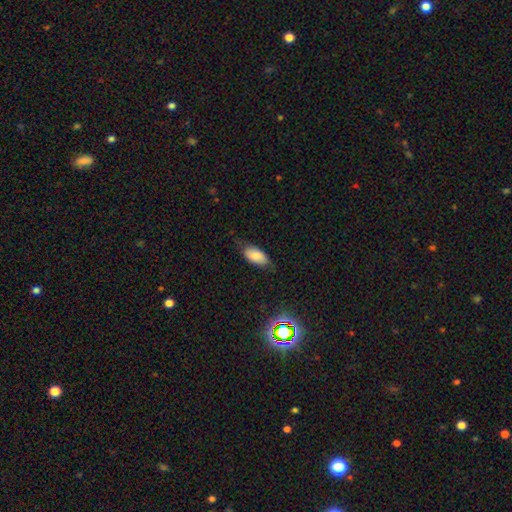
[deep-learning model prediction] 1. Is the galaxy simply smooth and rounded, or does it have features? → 79% smooth, 12% featured or disk, 8% star or artifact.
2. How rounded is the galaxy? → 92% in between, 5% cigar-shaped, 3% round.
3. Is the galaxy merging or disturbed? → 70% none, 23% minor disturbance, 6% major disturbance, 1% merger.